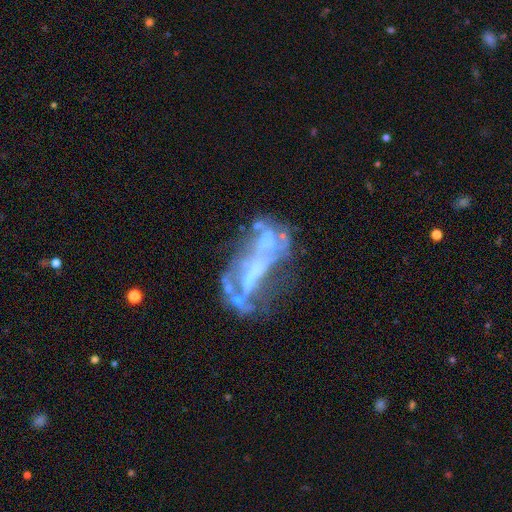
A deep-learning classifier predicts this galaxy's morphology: This appears to be a featured or disk galaxy (69%) with no bar (63%), no spiral arms (72%) and no central bulge (53%). Merging: merger (31%).